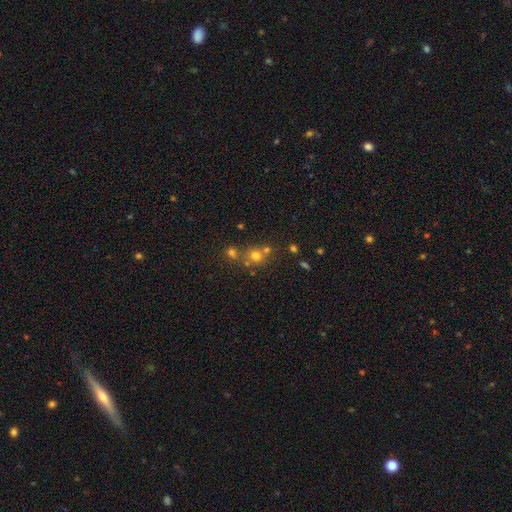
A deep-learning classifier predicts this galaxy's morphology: smooth-or-featured: smooth: 66% | star or artifact: 21% | featured or disk: 13%
  how-rounded: round: 83% | in between: 16% | cigar-shaped: 1%
  merging: none: 53% | merger: 35% | minor disturbance: 9% | major disturbance: 4%